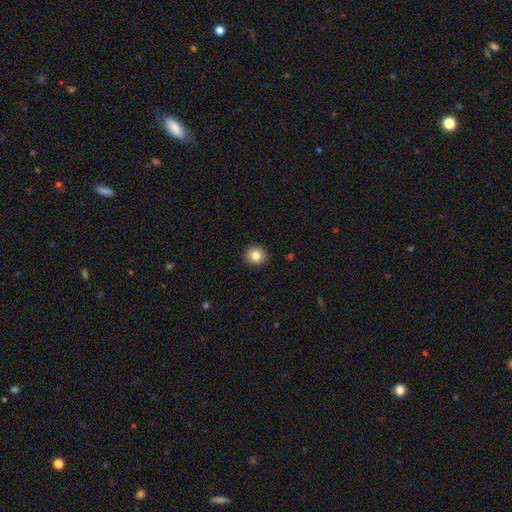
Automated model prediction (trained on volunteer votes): Q: Smooth or featured?
A: smooth (83%); runner-up: star or artifact (10%)
Q: How rounded?
A: round (90%); runner-up: in between (9%)
Q: Merging?
A: none (92%); runner-up: minor disturbance (5%)